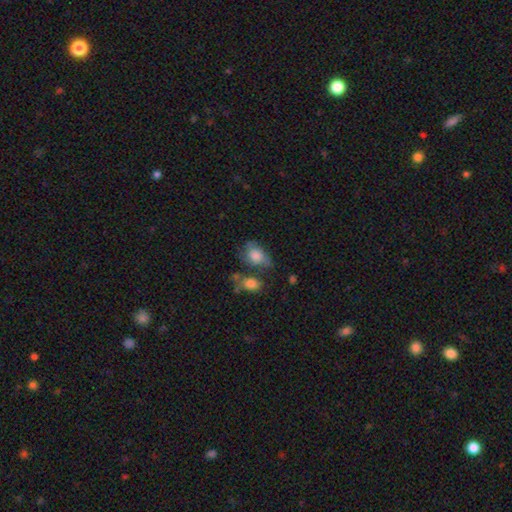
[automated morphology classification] Smooth or featured? Predicted: smooth (p=0.71). How rounded? Predicted: in between (p=0.75). Merging? Predicted: none (p=0.37).